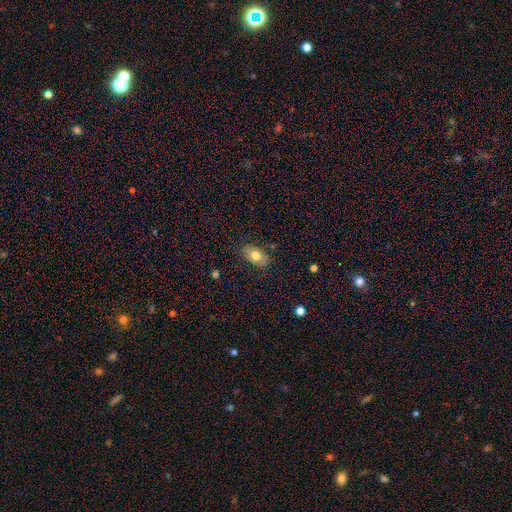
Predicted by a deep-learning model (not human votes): smooth-or-featured: smooth: 75% | featured or disk: 17% | star or artifact: 8%
  how-rounded: in between: 88% | round: 10% | cigar-shaped: 2%
  merging: none: 82% | minor disturbance: 13% | major disturbance: 3% | merger: 1%